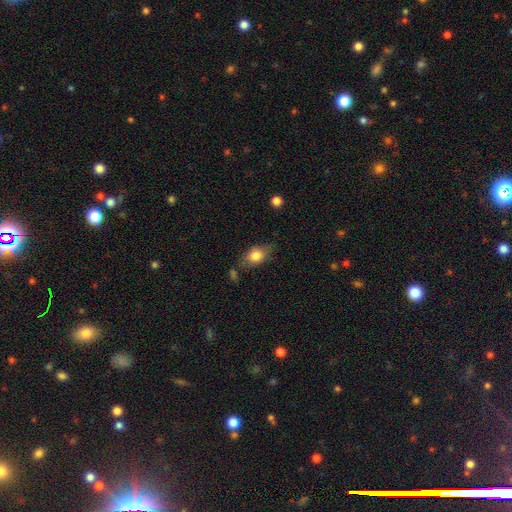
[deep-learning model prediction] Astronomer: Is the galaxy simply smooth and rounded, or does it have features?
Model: smooth — 77%.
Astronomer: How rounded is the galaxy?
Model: in between — 77%.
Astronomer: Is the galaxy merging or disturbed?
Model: none — 63%.